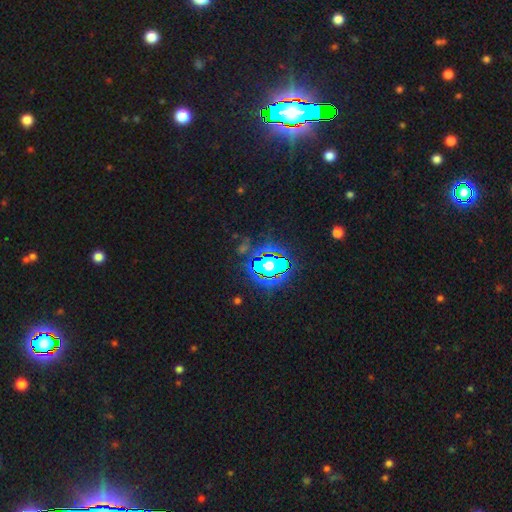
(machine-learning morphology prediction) smooth-or-featured: star or artifact: 84% | smooth: 9% | featured or disk: 7%